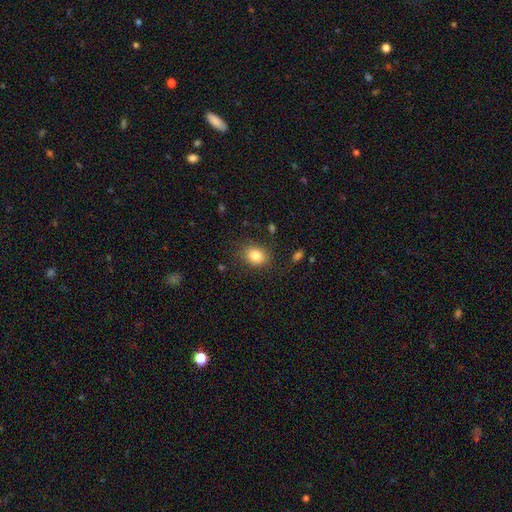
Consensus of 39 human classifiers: smooth 85%, star or artifact 10%, featured or disk 5%. Down the decision tree: how rounded — in between (76%); merging — none (80%).